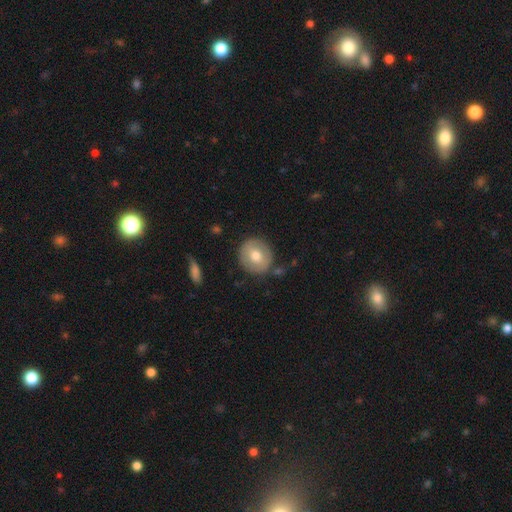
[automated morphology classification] This is likely a smooth galaxy (66%). How rounded: clearly round (91%). Merging: clearly none (82%).